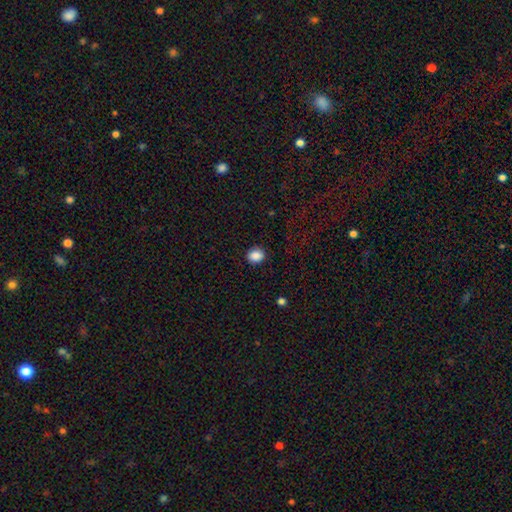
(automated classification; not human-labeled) This appears to be a smooth galaxy with no disk features (88%) that is round (73%). Merging: none (90%).